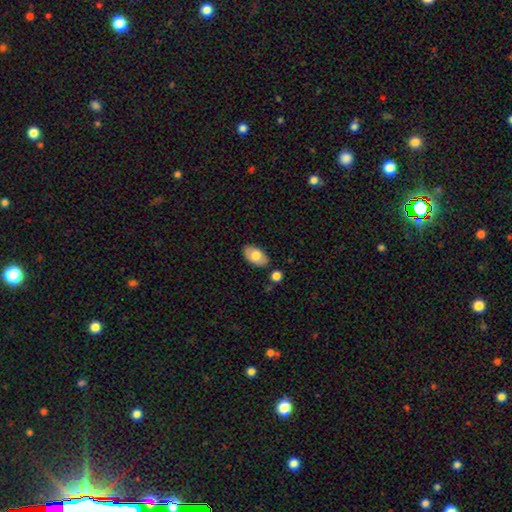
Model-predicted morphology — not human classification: smooth 75%, featured or disk 19%, star or artifact 6%. Down the decision tree: how rounded — in between (93%); merging — none (81%).